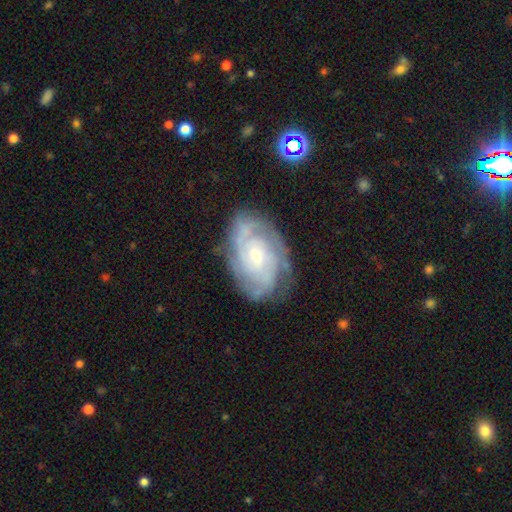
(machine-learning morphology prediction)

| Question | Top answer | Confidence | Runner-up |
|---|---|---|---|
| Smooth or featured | featured or disk | 84% | smooth (10%) |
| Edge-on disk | no | 97% | yes (3%) |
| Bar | no | 65% | weak (29%) |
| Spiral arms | yes | 95% | no (5%) |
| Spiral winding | tight | 65% | medium (29%) |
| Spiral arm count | can't tell | 35% | 2 (22%) |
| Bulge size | small | 62% | moderate (32%) |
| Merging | none | 73% | minor disturbance (19%) |